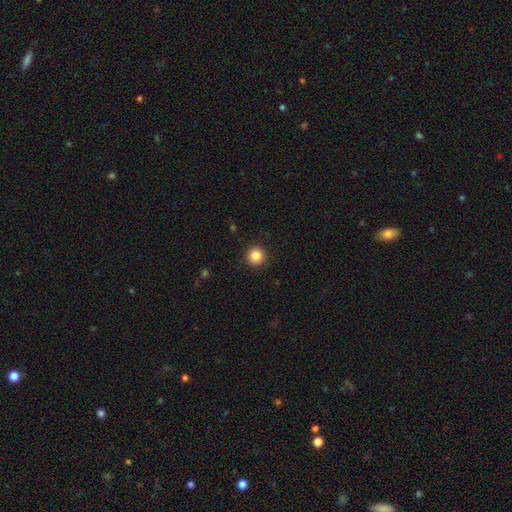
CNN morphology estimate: This appears to be a smooth galaxy with no disk features (86%) that is round (95%). Merging: none (92%).